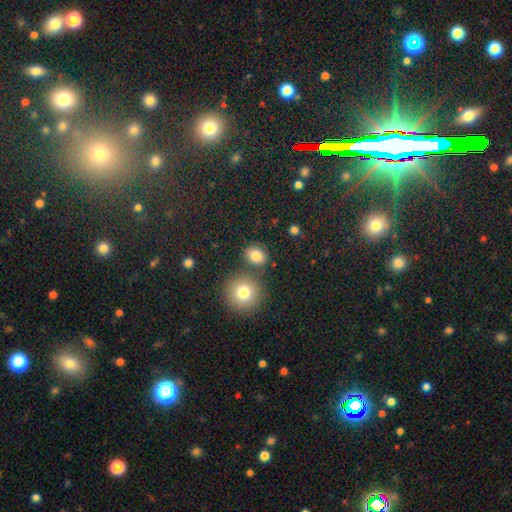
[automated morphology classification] smooth 81%, star or artifact 11%, featured or disk 8%. Down the decision tree: how rounded — in between (52%); merging — none (72%).